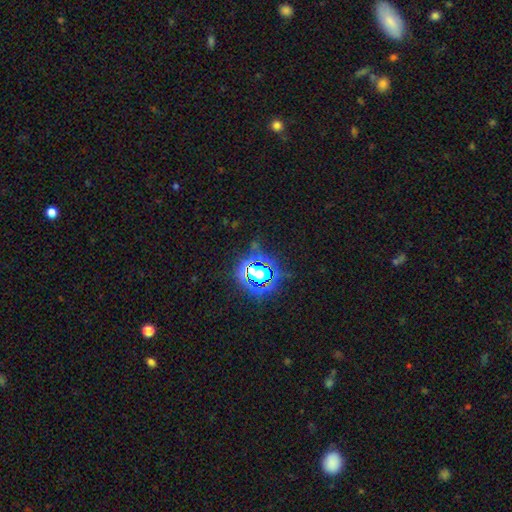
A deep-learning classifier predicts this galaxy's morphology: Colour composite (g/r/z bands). It shows a star or artifact, not a galaxy (82%).